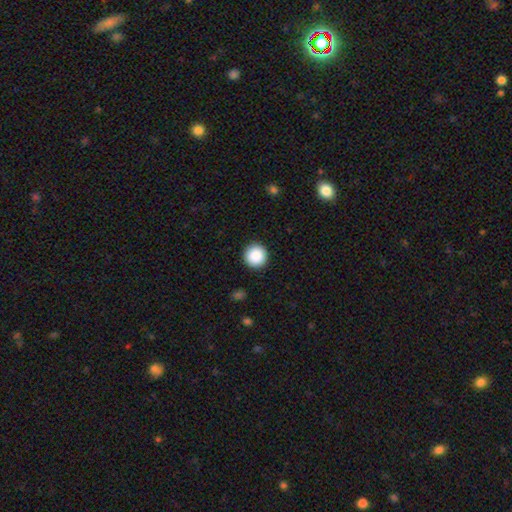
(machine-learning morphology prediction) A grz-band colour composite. It shows a smooth galaxy with no disk features (88%) that is round (96%). Merging: none (93%).